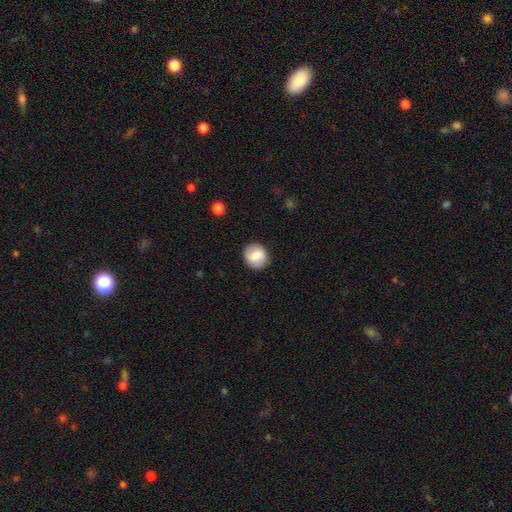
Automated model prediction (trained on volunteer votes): This is likely a smooth galaxy (79%). How rounded: clearly round (86%). Merging: clearly none (89%).